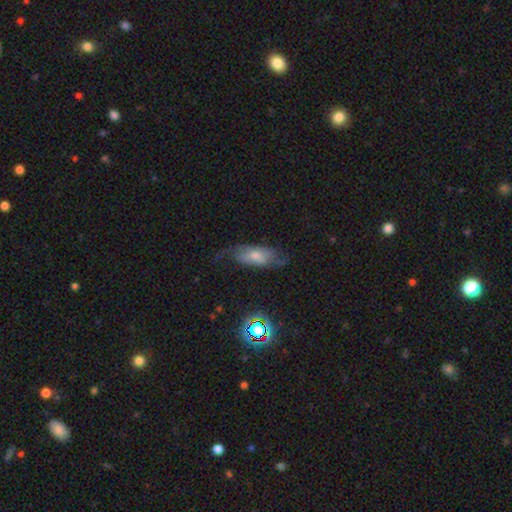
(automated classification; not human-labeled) Q: Smooth or featured?
A: featured or disk (55%); runner-up: smooth (33%)
Q: Edge-on disk?
A: no (82%); runner-up: yes (18%)
Q: Merging?
A: none (57%); runner-up: minor disturbance (24%)